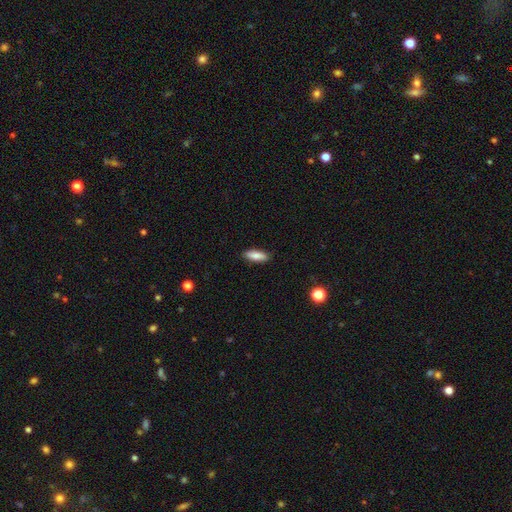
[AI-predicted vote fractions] Smooth or featured? Predicted: smooth (p=0.83). How rounded? Predicted: in between (p=0.62). Merging? Predicted: none (p=0.88).